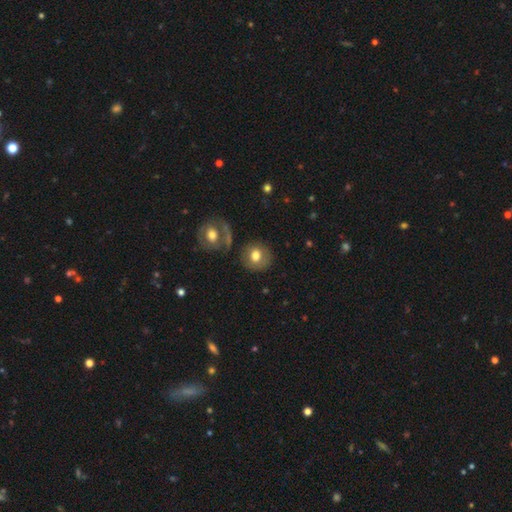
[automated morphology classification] The model was most divided on "smooth or featured": smooth: 74%, featured or disk: 18%, star or artifact: 9%. More confident: how rounded — round (86%); merging — none (81%).